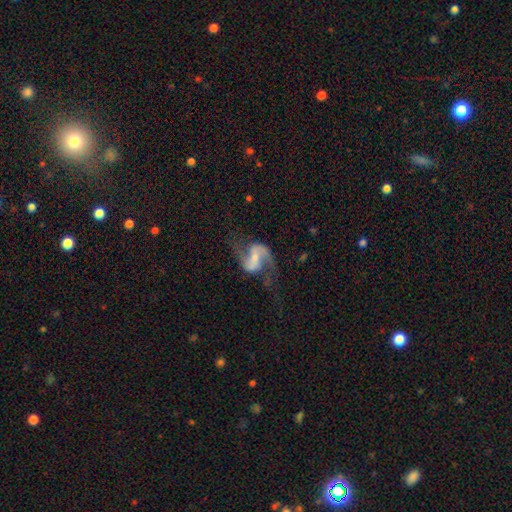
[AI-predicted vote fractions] featured or disk 88%, smooth 7%, star or artifact 5%. Down the decision tree: edge-on disk — no (98%); bar — weak (43%); spiral arms — yes (96%); spiral arm count — 2 (93%); spiral winding — loose (64%); bulge size — small (50%); merging — none (67%).